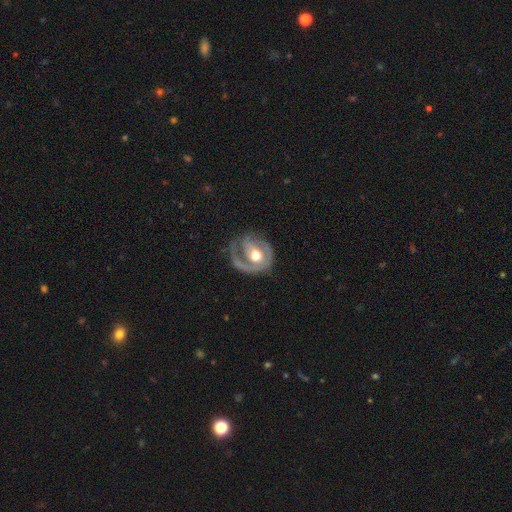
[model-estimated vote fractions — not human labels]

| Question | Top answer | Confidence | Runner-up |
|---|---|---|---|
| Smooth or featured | featured or disk | 74% | smooth (21%) |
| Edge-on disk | no | 97% | yes (3%) |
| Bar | no | 60% | weak (29%) |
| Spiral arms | yes | 77% | no (23%) |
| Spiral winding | tight | 48% | medium (34%) |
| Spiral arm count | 1 | 52% | 2 (28%) |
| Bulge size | moderate | 72% | large (16%) |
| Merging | none | 46% | major disturbance (27%) |